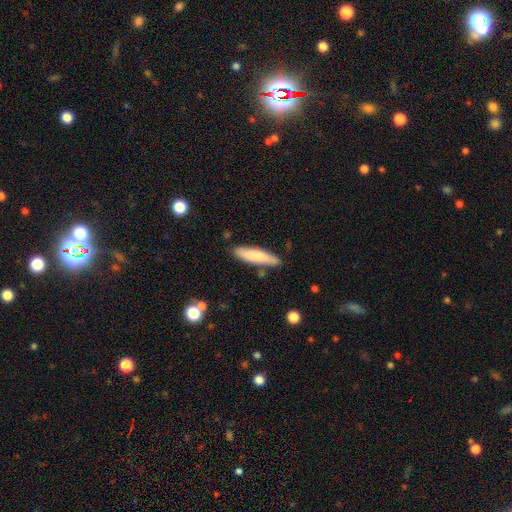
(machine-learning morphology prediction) type=smooth (75%); roundness=cigar-shaped (76%); merging=none (81%).